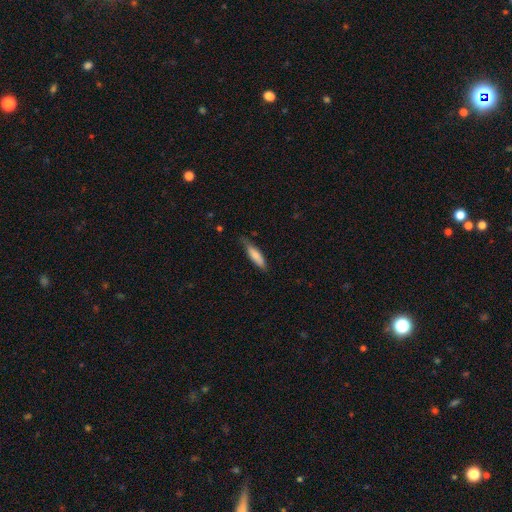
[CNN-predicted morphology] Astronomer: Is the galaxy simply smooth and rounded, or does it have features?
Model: smooth — 79%.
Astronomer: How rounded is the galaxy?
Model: cigar-shaped — 70%.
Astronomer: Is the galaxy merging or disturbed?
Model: none — 67%.